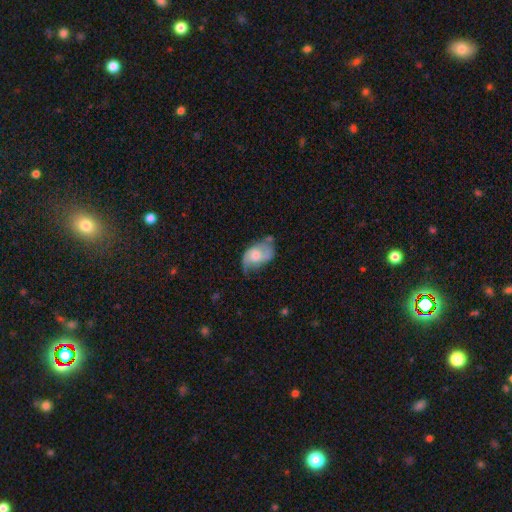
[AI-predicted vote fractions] Morphology: type=featured or disk (63%); edge-on=no (96%); bar=no (61%); spiral arms=yes (86%); winding=medium (42%); arm count=2 (77%); bulge=moderate (41%); merging=none (41%).